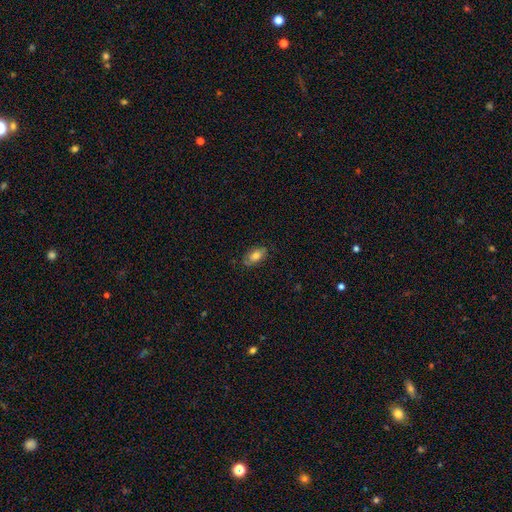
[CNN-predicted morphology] This appears to be a smooth galaxy with no disk features (69%) that is in between round and cigar-shaped (90%). Merging: none (77%).